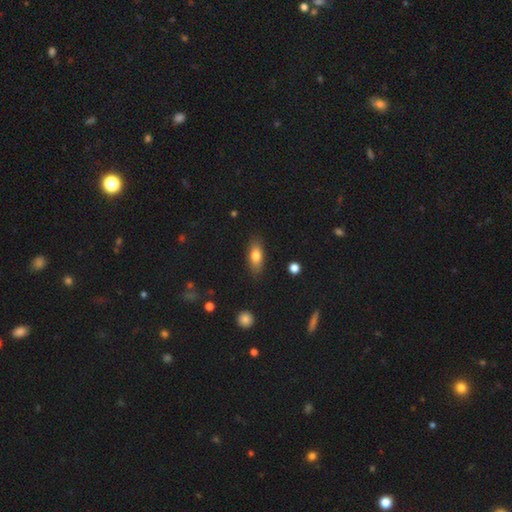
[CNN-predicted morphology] Smooth or featured? Predicted: smooth (p=0.76). How rounded? Predicted: in between (p=0.76). Merging? Predicted: none (p=0.84).